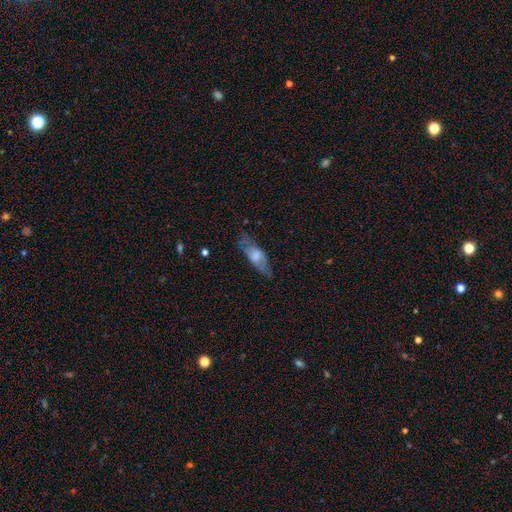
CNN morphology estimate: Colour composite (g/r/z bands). It shows a smooth galaxy with no disk features (55%) that is in between round and cigar-shaped (63%). Merging: none (62%).